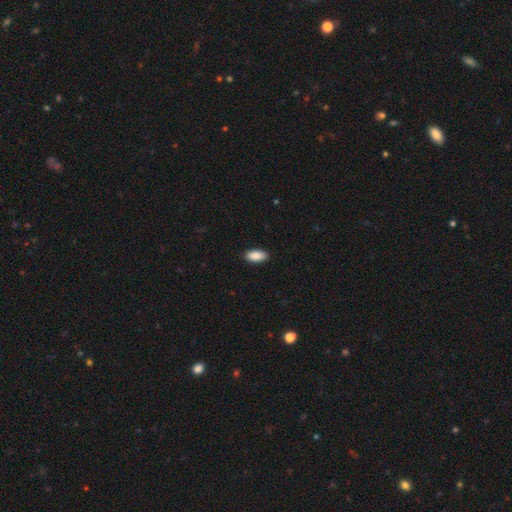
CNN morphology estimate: A smooth galaxy with no disk features (90%) that is in between round and cigar-shaped (90%). Merging: none (89%).